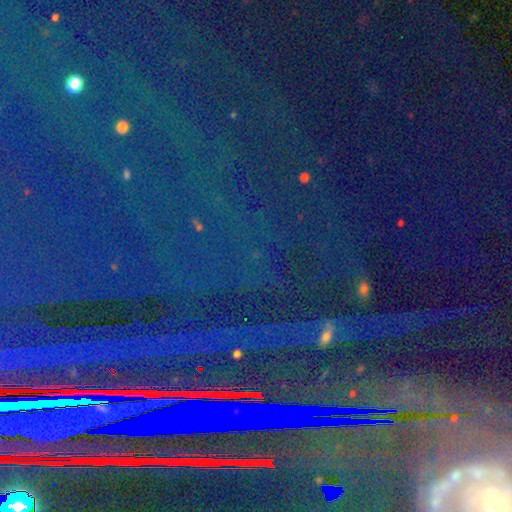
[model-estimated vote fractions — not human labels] A star or artifact, not a galaxy (87%).